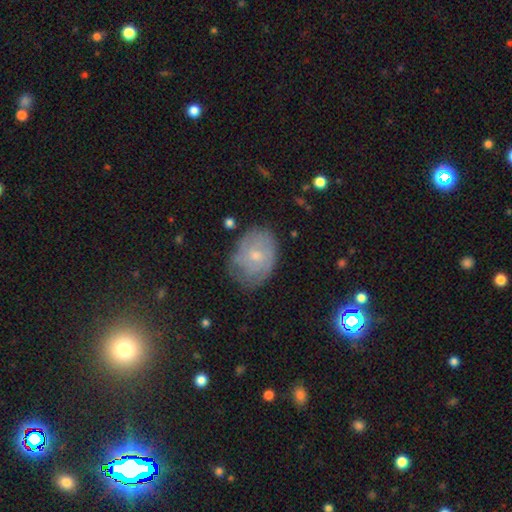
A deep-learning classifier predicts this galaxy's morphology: A featured or disk galaxy (52%). Merging: none (65%).